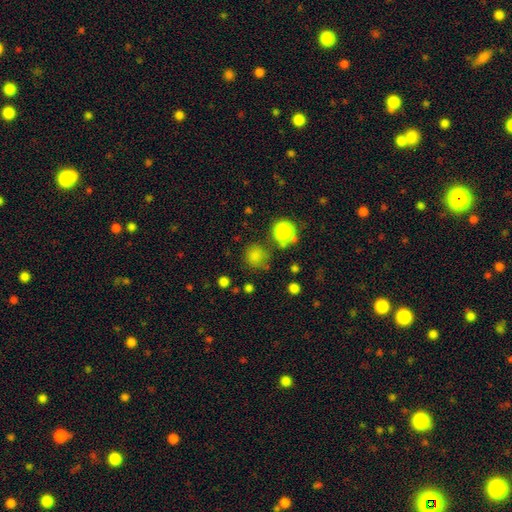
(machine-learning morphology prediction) Q: Smooth or featured?
A: smooth (75%); runner-up: star or artifact (19%)
Q: How rounded?
A: round (89%); runner-up: in between (10%)
Q: Merging?
A: none (76%); runner-up: minor disturbance (14%)